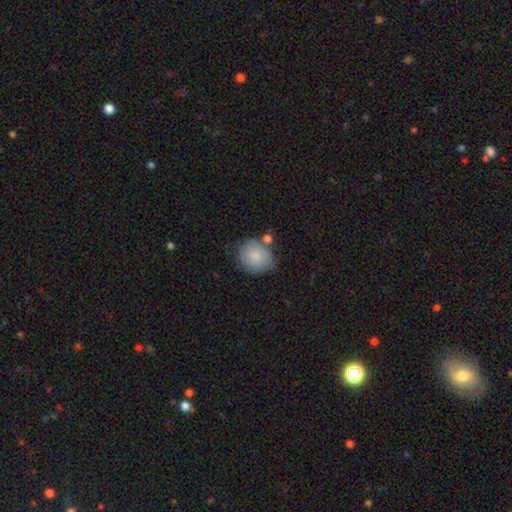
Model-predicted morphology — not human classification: Smooth or featured? smooth (82%)
How rounded? round (78%)
Merging? none (60%)